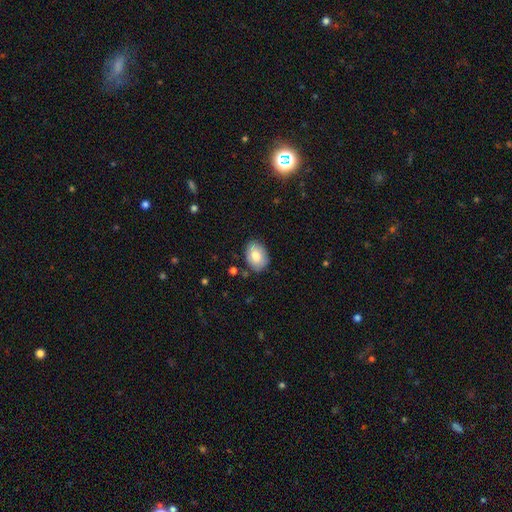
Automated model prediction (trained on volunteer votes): Morphology: type=smooth (81%); roundness=in between (82%); merging=none (80%).